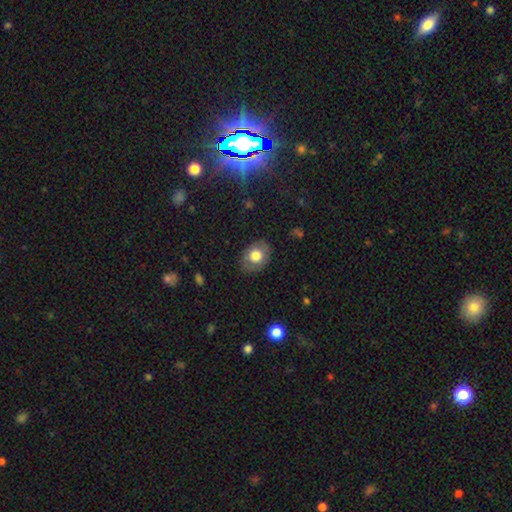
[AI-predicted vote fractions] Q: Smooth or featured?
A: smooth (69%); runner-up: featured or disk (23%)
Q: How rounded?
A: in between (67%); runner-up: round (32%)
Q: Merging?
A: none (81%); runner-up: minor disturbance (14%)